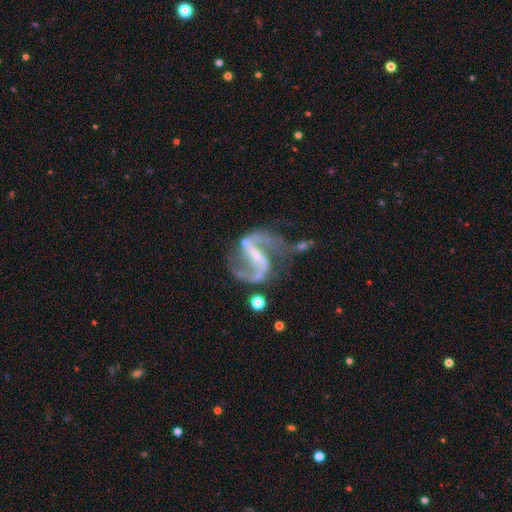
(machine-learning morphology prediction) A featured or disk galaxy (92%) with a strong bar (57%), 2 (93%) loose (50%) spiral arms (97%) and a small central bulge (72%). Merging: none (54%).